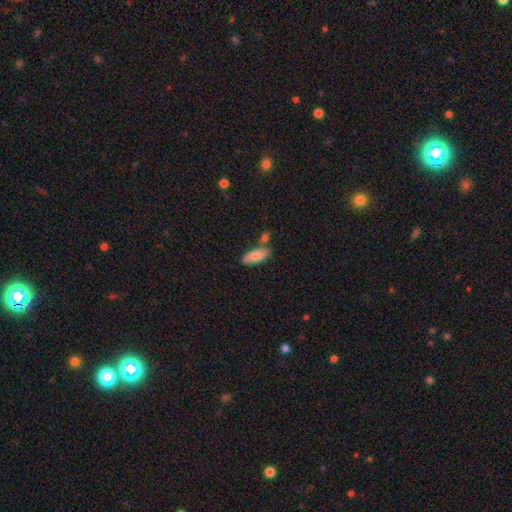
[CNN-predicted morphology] Smooth or featured? Predicted: smooth (p=0.79). How rounded? Predicted: in between (p=0.77). Merging? Predicted: none (p=0.62).